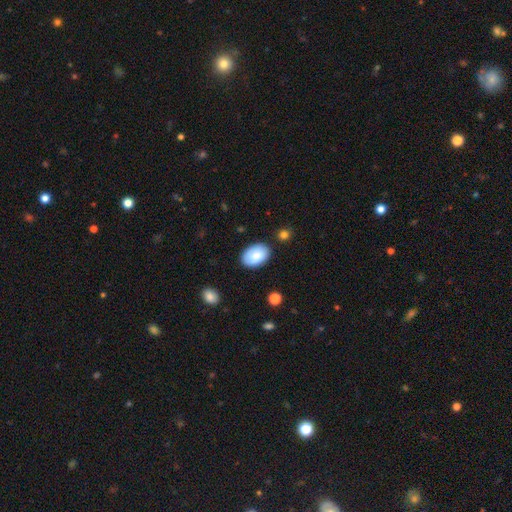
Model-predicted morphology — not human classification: This is clearly a smooth galaxy (85%). How rounded: clearly in between (91%). Merging: clearly none (84%).